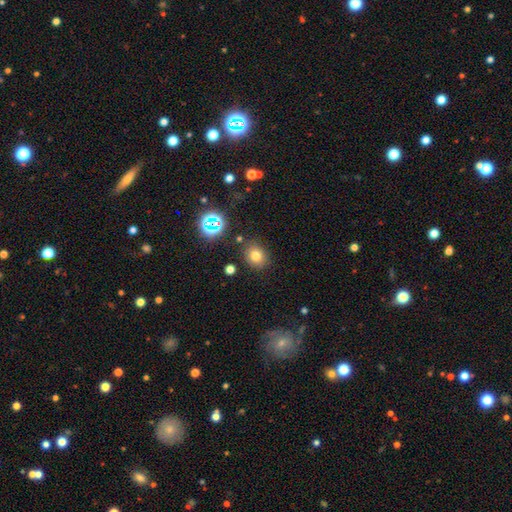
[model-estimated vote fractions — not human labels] Smooth or featured: smooth — 73% (star or artifact — 18%)
How rounded: round — 62% (in between — 37%)
Merging: none — 82% (minor disturbance — 11%)